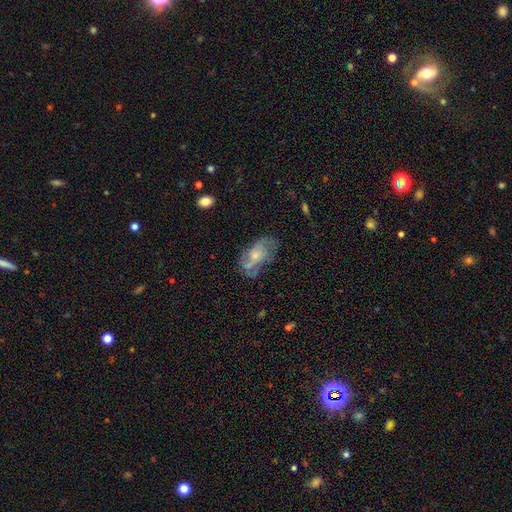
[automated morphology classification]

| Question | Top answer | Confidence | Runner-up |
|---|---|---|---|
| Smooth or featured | featured or disk | 50% | smooth (41%) |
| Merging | none | 44% | minor disturbance (27%) |